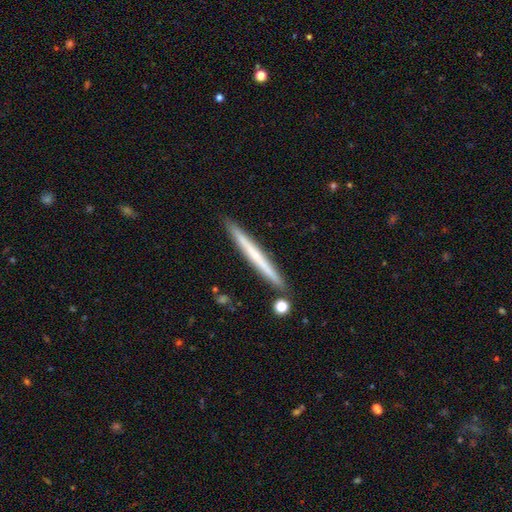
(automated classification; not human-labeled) smooth-or-featured: featured or disk: 50% | smooth: 44% | star or artifact: 6%
  disk-edge-on: yes: 97% | no: 3%
  merging: none: 90% | minor disturbance: 7% | merger: 3% | major disturbance: 1%